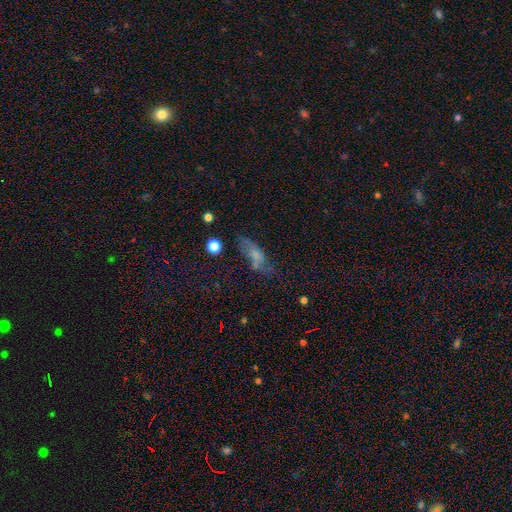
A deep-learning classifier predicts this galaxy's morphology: Overall: smooth (54%; featured or disk 32%). How rounded: in between (59%; cigar-shaped 36%). Merging: none (50%; minor disturbance 25%).